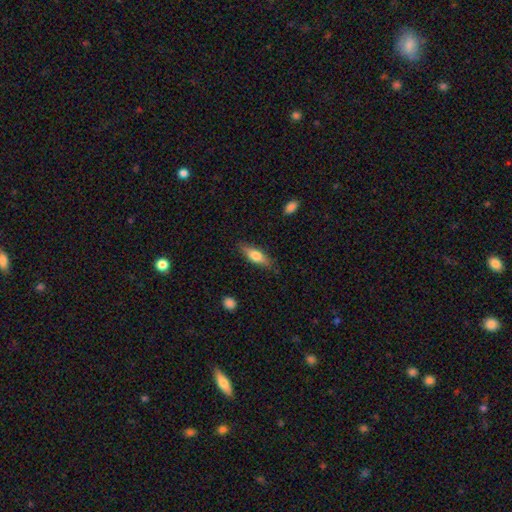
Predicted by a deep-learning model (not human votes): Smooth or featured: smooth — 69% (featured or disk — 25%)
How rounded: in between — 50% (cigar-shaped — 48%)
Merging: none — 84% (minor disturbance — 12%)